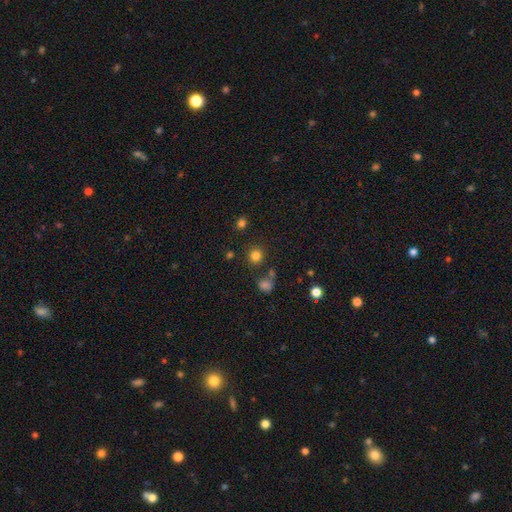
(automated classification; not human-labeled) Q: Smooth or featured?
A: smooth (81%); runner-up: star or artifact (14%)
Q: How rounded?
A: round (91%); runner-up: in between (8%)
Q: Merging?
A: none (81%); runner-up: minor disturbance (8%)